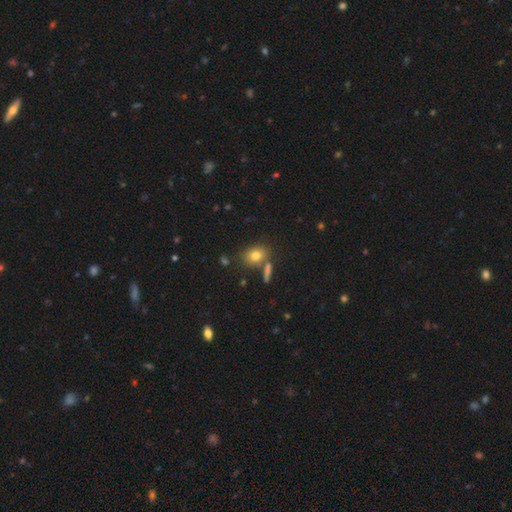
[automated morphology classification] Smooth or featured? smooth (78%)
How rounded? in between (64%)
Merging? none (67%)